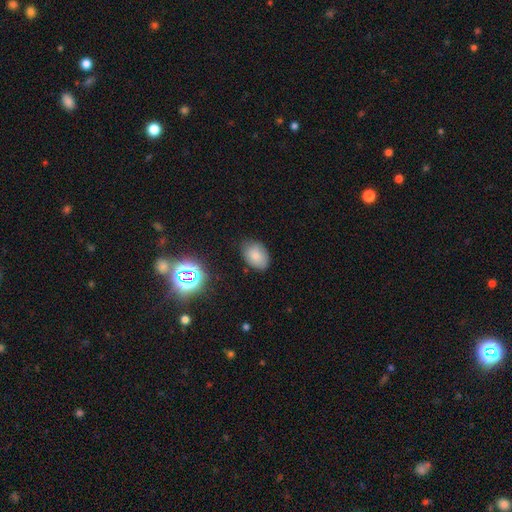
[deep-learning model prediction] The model was most divided on "merging": none: 78%, minor disturbance: 17%, major disturbance: 3%, merger: 2%. More confident: how rounded — in between (82%); smooth or featured — smooth (80%).